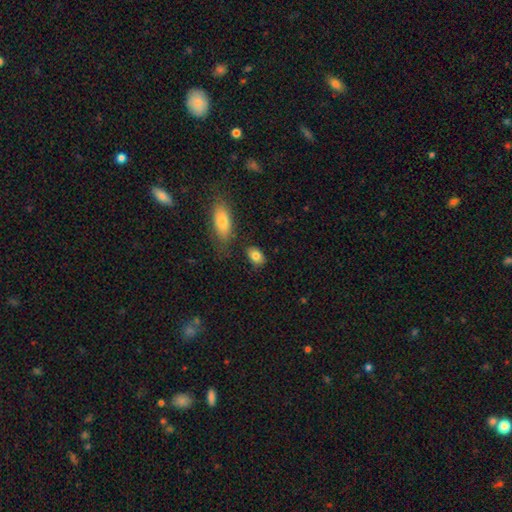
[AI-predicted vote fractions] This appears to be a smooth galaxy with no disk features (83%) that is in between round and cigar-shaped (83%). Merging: none (78%).